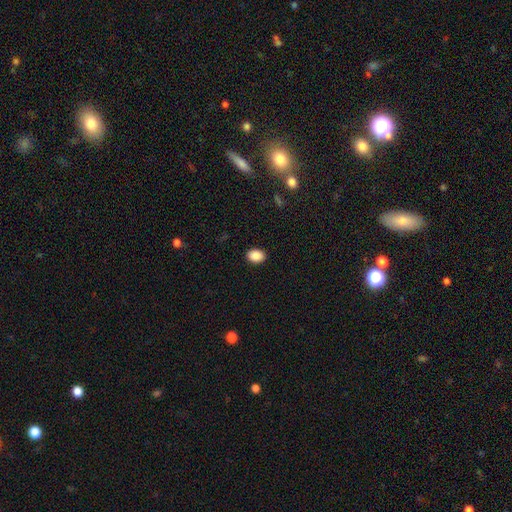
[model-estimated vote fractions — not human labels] Q: Smooth or featured?
A: smooth (89%); runner-up: star or artifact (8%)
Q: How rounded?
A: in between (74%); runner-up: round (25%)
Q: Merging?
A: none (90%); runner-up: minor disturbance (7%)